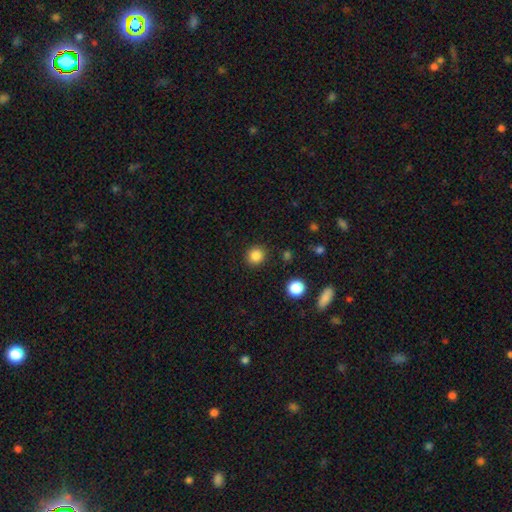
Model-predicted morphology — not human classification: This is clearly a smooth galaxy (85%). How rounded: clearly round (89%). Merging: clearly none (90%).